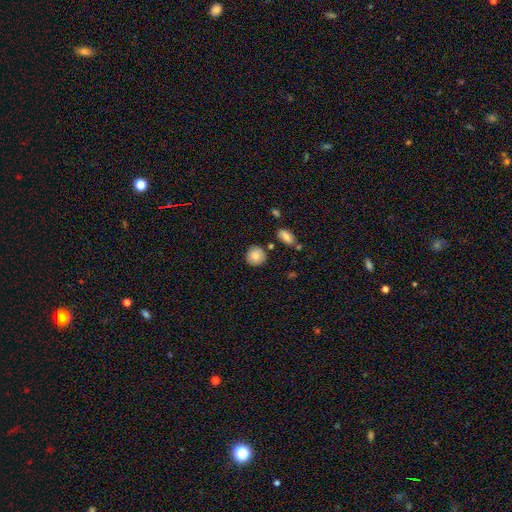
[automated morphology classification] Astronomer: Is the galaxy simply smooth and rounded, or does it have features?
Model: smooth — 83%.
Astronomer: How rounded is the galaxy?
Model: round — 89%.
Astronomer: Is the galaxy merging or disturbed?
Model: none — 83%.